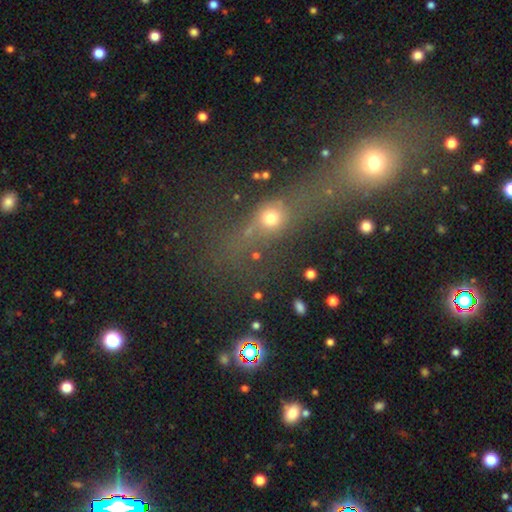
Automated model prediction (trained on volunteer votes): This appears to be a smooth galaxy with no disk features (49%). Merging: none (40%).